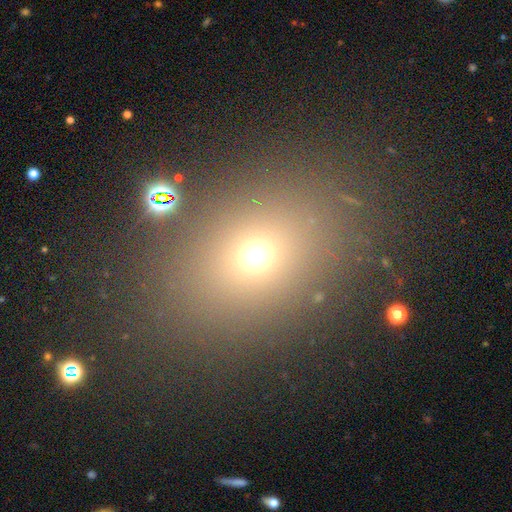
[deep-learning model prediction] Overall: smooth (65%). How rounded: in between (52%; round 46%). Merging: none (80%).